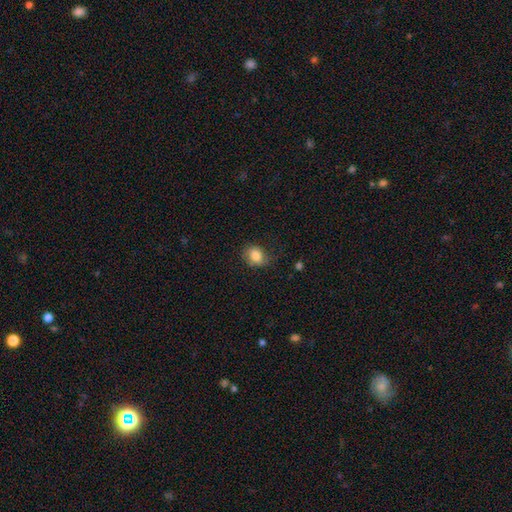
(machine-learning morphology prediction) Overall: smooth (82%). How rounded: in between (60%; round 39%). Merging: none (66%).